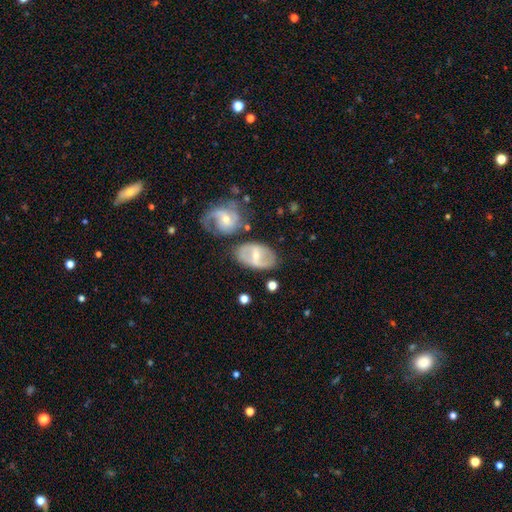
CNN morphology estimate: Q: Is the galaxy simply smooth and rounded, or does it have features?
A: featured or disk — 65%.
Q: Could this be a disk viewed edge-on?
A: no — 93%.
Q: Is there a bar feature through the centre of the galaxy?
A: strong — 41%, tied with weak.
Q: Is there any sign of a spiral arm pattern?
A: yes — 65%.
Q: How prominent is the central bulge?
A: small — 52%.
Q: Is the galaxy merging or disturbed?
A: none — 65%.